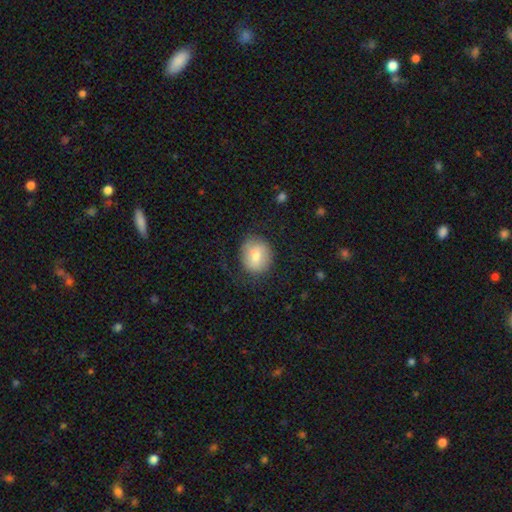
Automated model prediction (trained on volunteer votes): smooth-or-featured: smooth: 75% | featured or disk: 18% | star or artifact: 7%
  how-rounded: round: 69% | in between: 30% | cigar-shaped: 1%
  merging: none: 70% | minor disturbance: 19% | major disturbance: 9% | merger: 2%